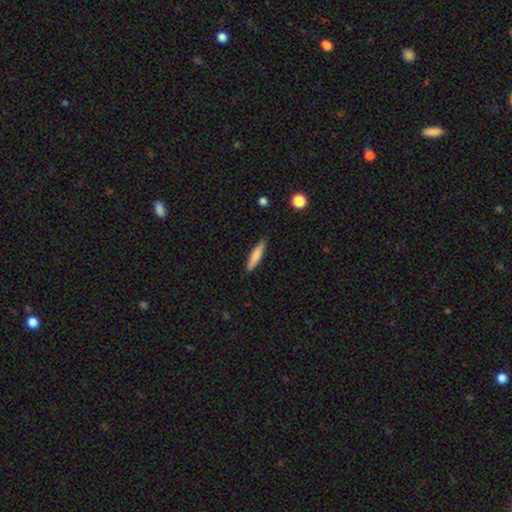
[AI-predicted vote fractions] A smooth galaxy with no disk features (78%) that is cigar-shaped (86%). Merging: none (88%).